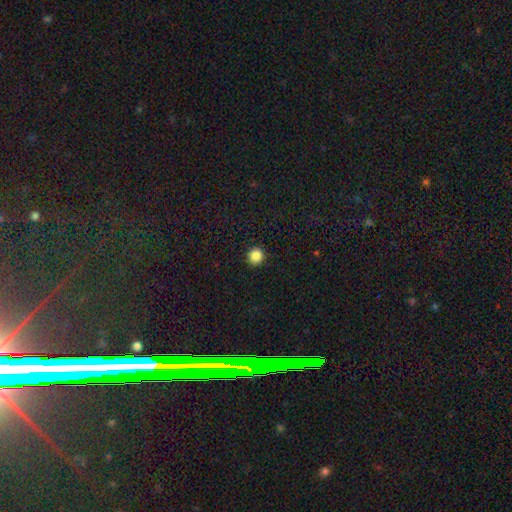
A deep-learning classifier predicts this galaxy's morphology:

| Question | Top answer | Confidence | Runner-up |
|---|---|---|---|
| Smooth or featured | smooth | 87% | star or artifact (10%) |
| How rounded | round | 95% | in between (4%) |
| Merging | none | 93% | minor disturbance (4%) |